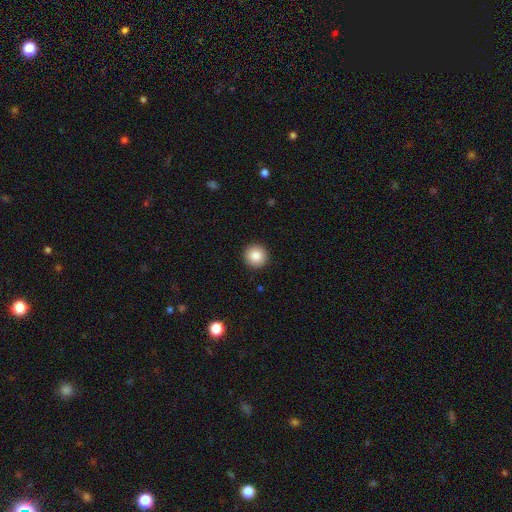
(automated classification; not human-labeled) smooth_or_featured: smooth (p=0.86) [alt: star or artifact p=0.09]
how_rounded: round (p=0.94) [alt: in between p=0.05]
merging: none (p=0.93) [alt: minor disturbance p=0.05]